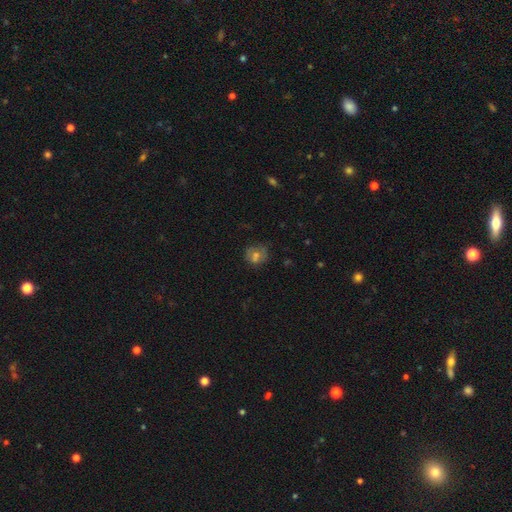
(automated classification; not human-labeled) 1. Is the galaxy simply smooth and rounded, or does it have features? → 58% smooth, 26% featured or disk, 16% star or artifact.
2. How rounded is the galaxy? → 76% round, 23% in between, 1% cigar-shaped.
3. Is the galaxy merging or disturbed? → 62% none, 21% minor disturbance, 9% major disturbance, 8% merger.